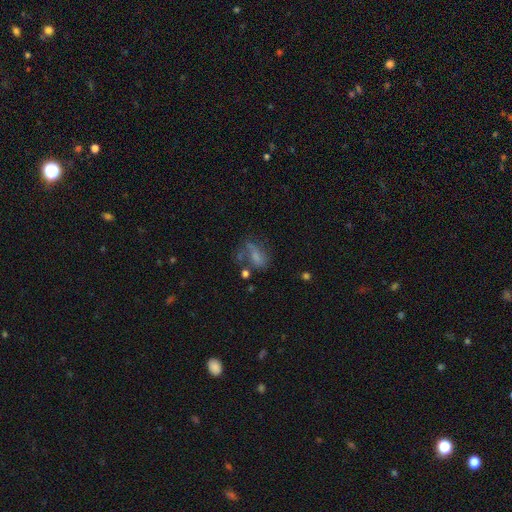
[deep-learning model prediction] Smooth or featured: smooth — 50% (featured or disk — 34%)
How rounded: in between — 79% (round — 12%)
Merging: major disturbance — 33% (tied with none — 33%)